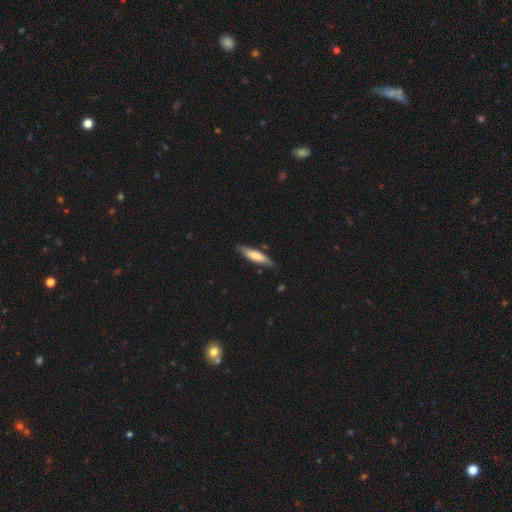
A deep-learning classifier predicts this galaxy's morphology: A smooth galaxy with no disk features (71%) that is cigar-shaped (72%).

Vote fractions:
- Smooth or featured? smooth: 71% / featured or disk: 23% / star or artifact: 5%
- How rounded? cigar-shaped: 72% / in between: 26% / round: 1%
- Merging? none: 81% / minor disturbance: 15% / major disturbance: 2% / merger: 2%